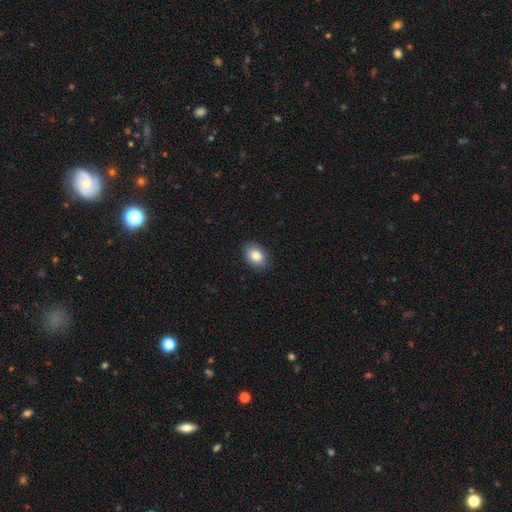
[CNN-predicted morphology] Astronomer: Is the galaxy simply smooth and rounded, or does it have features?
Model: smooth — 85%.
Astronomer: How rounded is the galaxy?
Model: in between — 73%.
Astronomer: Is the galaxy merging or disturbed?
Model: none — 88%.